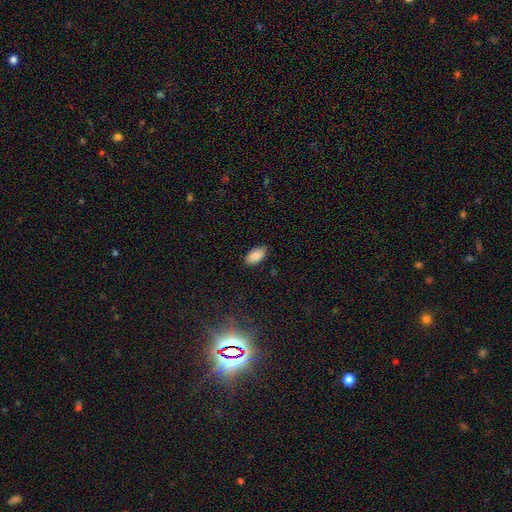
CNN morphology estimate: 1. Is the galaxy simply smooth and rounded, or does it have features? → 88% smooth, 8% star or artifact, 4% featured or disk.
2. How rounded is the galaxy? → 94% in between, 4% round, 3% cigar-shaped.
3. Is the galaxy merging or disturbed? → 82% none, 15% minor disturbance, 3% major disturbance, 1% merger.